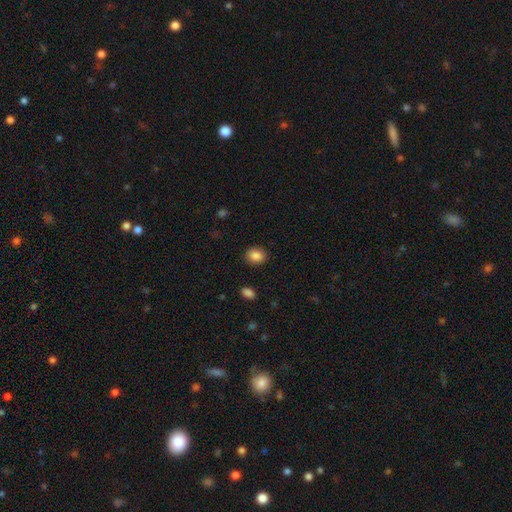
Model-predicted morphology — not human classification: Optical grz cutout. It shows a smooth galaxy with no disk features (87%) that is round (60%). Merging: none (89%).